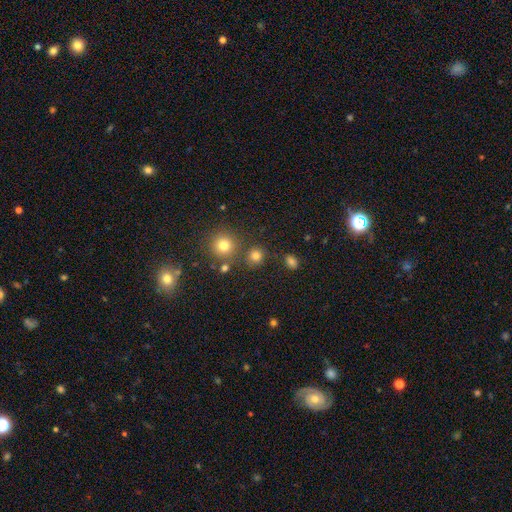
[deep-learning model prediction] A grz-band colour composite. It shows a smooth galaxy with no disk features (77%) that is round (86%). Merging: none (79%).